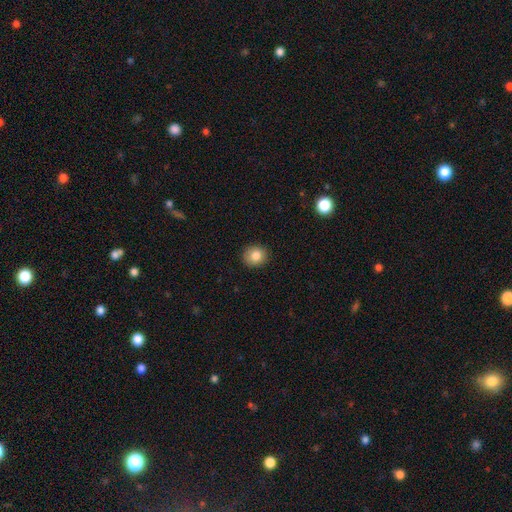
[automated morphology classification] Smooth or featured? Predicted: smooth (p=0.84). How rounded? Predicted: round (p=0.82). Merging? Predicted: none (p=0.90).